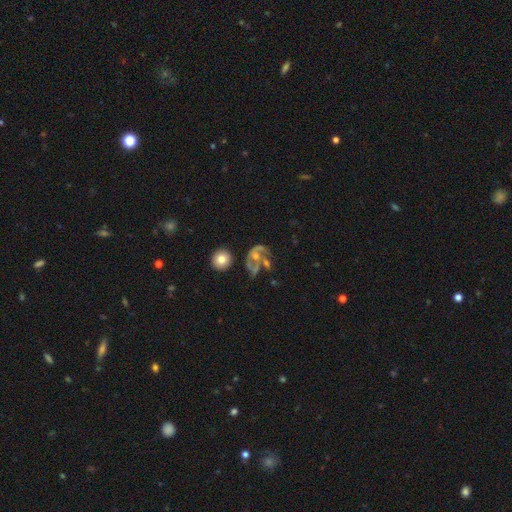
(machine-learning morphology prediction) Q: Smooth or featured?
A: featured or disk (70%); runner-up: smooth (18%)
Q: Edge-on disk?
A: no (97%); runner-up: yes (3%)
Q: Bar?
A: no (73%); runner-up: weak (21%)
Q: Spiral arms?
A: yes (72%); runner-up: no (28%)
Q: Bulge size?
A: moderate (47%); runner-up: small (40%)
Q: Merging?
A: none (35%); runner-up: major disturbance (30%)